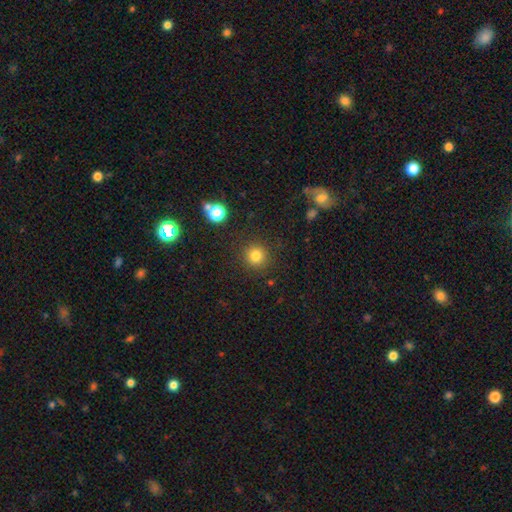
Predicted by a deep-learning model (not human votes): The model was most divided on "smooth or featured": smooth: 81%, star or artifact: 14%, featured or disk: 6%. More confident: how rounded — round (94%); merging — none (89%).